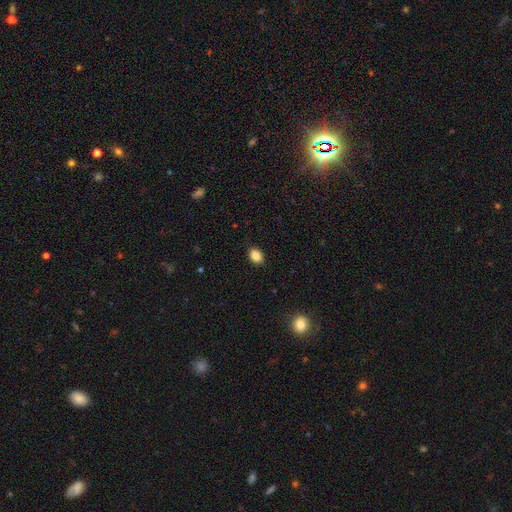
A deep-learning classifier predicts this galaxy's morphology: smooth_or_featured: smooth (p=0.87) [alt: star or artifact p=0.09]
how_rounded: in between (p=0.83) [alt: round p=0.16]
merging: none (p=0.89) [alt: minor disturbance p=0.08]